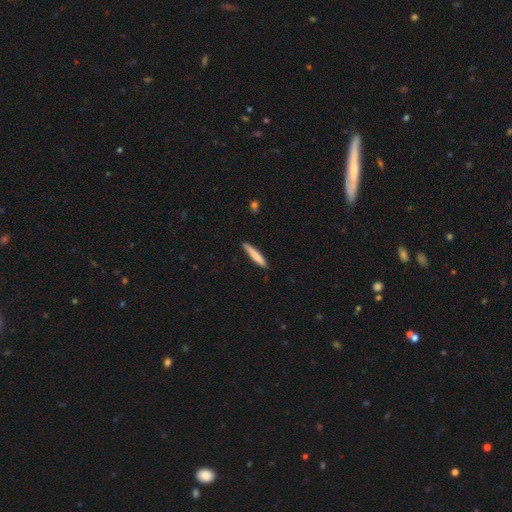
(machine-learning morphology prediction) This is likely a smooth galaxy (79%). How rounded: clearly cigar-shaped (93%). Merging: clearly none (87%).